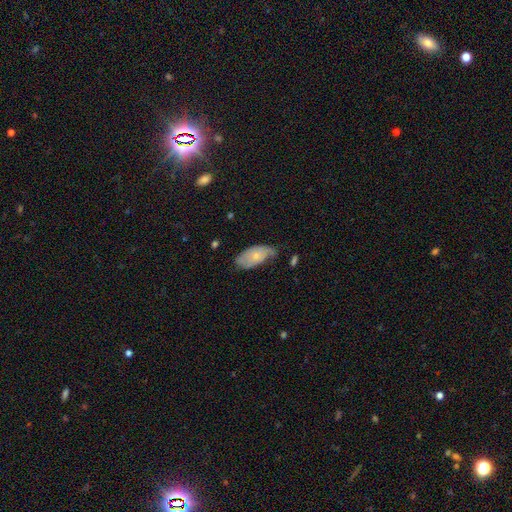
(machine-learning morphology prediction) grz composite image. It shows a smooth galaxy with no disk features (53%) that is in between round and cigar-shaped (92%). Merging: none (46%).